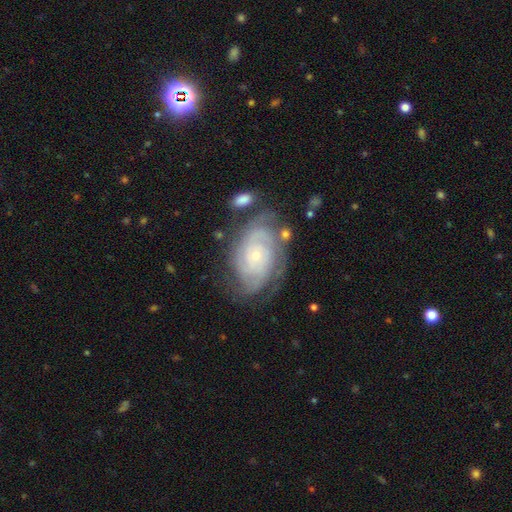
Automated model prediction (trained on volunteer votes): This appears to be a featured or disk galaxy (84%) with no bar (79%), tight (73%) spiral arms (94%) and a small central bulge (79%). Merging: none (65%).